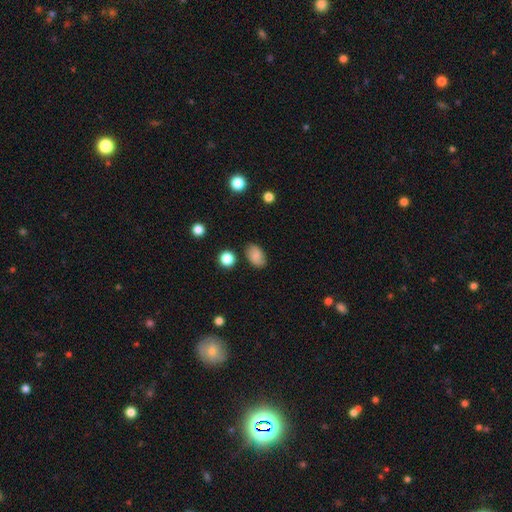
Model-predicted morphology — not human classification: Smooth or featured: smooth — 81% (featured or disk — 10%)
How rounded: in between — 87% (round — 12%)
Merging: none — 82% (minor disturbance — 13%)